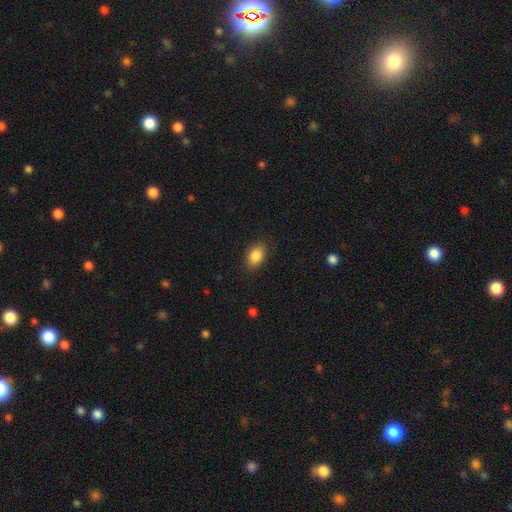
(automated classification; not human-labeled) Smooth or featured? Predicted: smooth (p=0.86). How rounded? Predicted: in between (p=0.83). Merging? Predicted: none (p=0.86).